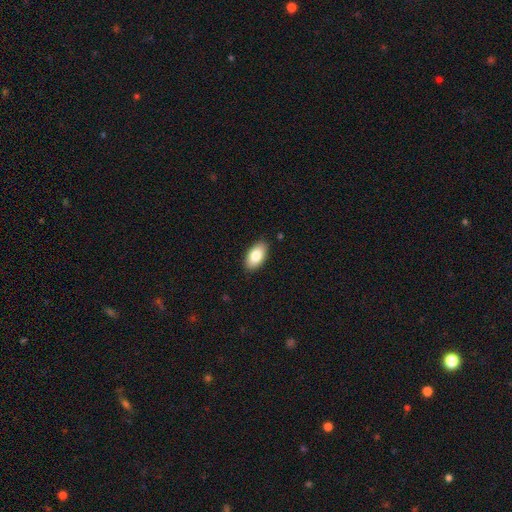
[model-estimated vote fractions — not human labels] This is clearly a smooth galaxy (84%). How rounded: clearly in between (94%). Merging: clearly none (88%).